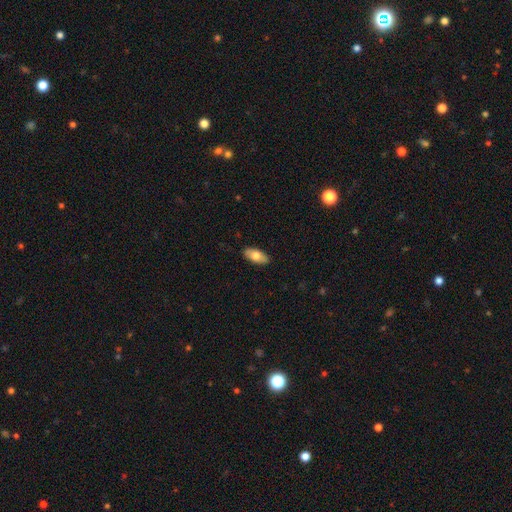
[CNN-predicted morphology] A smooth galaxy with no disk features (73%) that is in between round and cigar-shaped (90%).

Vote fractions:
- Smooth or featured? smooth: 73% / featured or disk: 21% / star or artifact: 6%
- How rounded? in between: 90% / cigar-shaped: 8% / round: 3%
- Merging? none: 89% / minor disturbance: 9% / major disturbance: 2% / merger: 1%